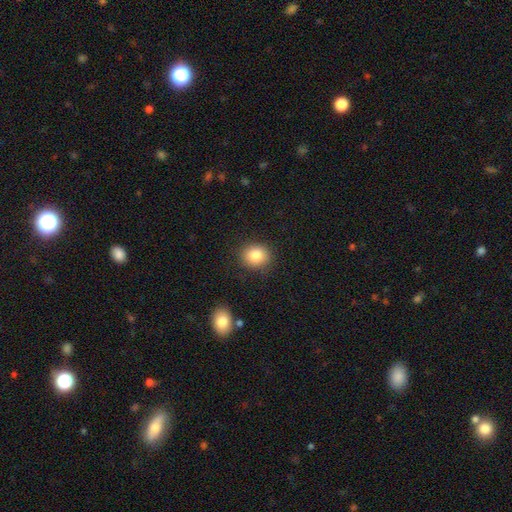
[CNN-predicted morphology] smooth_or_featured: smooth (p=0.83) [alt: star or artifact p=0.10]
how_rounded: round (p=0.76) [alt: in between p=0.23]
merging: none (p=0.88) [alt: minor disturbance p=0.08]